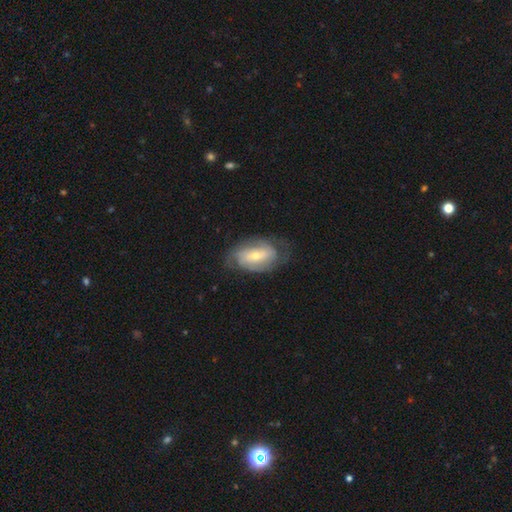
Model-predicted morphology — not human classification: featured or disk 71%, smooth 23%, star or artifact 6%. Down the decision tree: edge-on disk — no (95%); bar — no (41%); spiral arms — yes (85%); spiral arm count — 2 (45%); spiral winding — tight (49%); bulge size — small (54%); merging — none (66%).